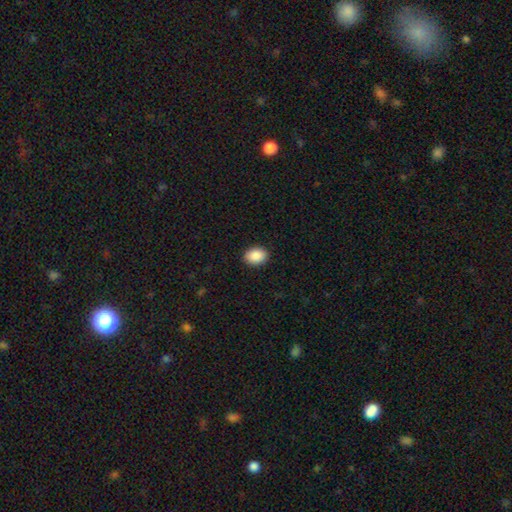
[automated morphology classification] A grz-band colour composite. It shows a smooth galaxy with no disk features (90%) that is in between round and cigar-shaped (73%). Merging: none (91%).